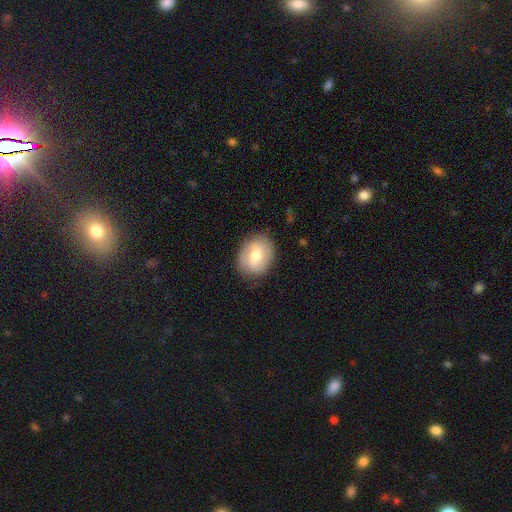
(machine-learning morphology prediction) A smooth galaxy with no disk features (57%) that is in between round and cigar-shaped (58%).

Vote fractions:
- Smooth or featured? smooth: 57% / featured or disk: 37% / star or artifact: 7%
- How rounded? in between: 58% / round: 41% / cigar-shaped: 1%
- Merging? none: 83% / minor disturbance: 12% / major disturbance: 4% / merger: 1%